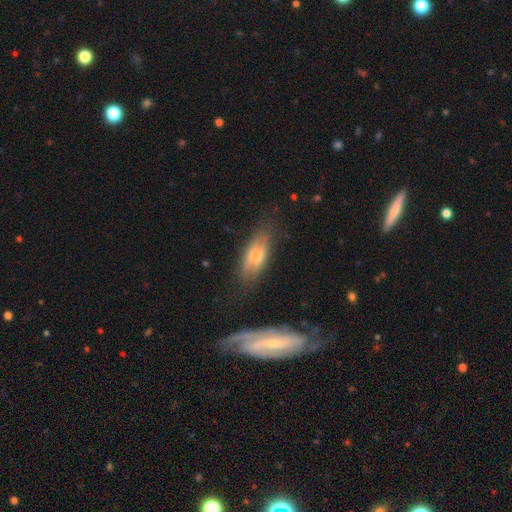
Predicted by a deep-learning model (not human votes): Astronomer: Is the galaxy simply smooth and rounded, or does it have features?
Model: featured or disk — 50% (runner-up: smooth, 42%).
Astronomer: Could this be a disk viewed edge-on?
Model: yes — 53% (runner-up: no, 47%).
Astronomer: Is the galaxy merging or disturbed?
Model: none — 63%.